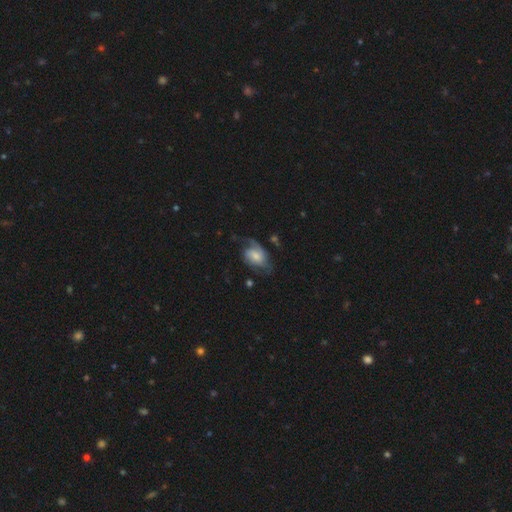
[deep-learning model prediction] Morphology: type=featured or disk (63%); edge-on=no (97%); bar=no (54%); spiral arms=yes (88%); winding=medium (42%); arm count=2 (55%); bulge=moderate (36%, tied with small); merging=none (47%).